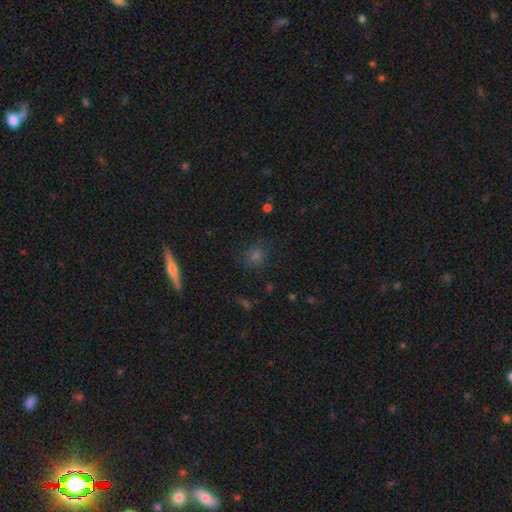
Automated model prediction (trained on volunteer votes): A smooth galaxy with no disk features (54%) that is round (83%).

Vote fractions:
- Smooth or featured? smooth: 54% / star or artifact: 25% / featured or disk: 21%
- How rounded? round: 83% / in between: 13% / cigar-shaped: 4%
- Merging? none: 86% / minor disturbance: 10% / major disturbance: 3% / merger: 2%